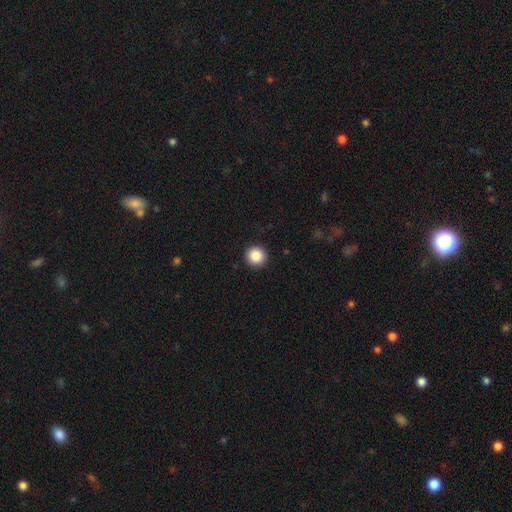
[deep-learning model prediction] smooth 86%, star or artifact 9%, featured or disk 4%. Down the decision tree: how rounded — round (94%); merging — none (92%).